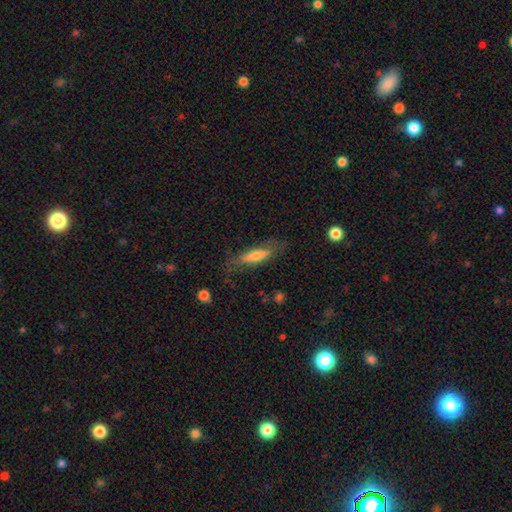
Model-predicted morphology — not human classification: This appears to be a smooth galaxy with no disk features (58%) that is cigar-shaped (67%). Merging: none (72%).